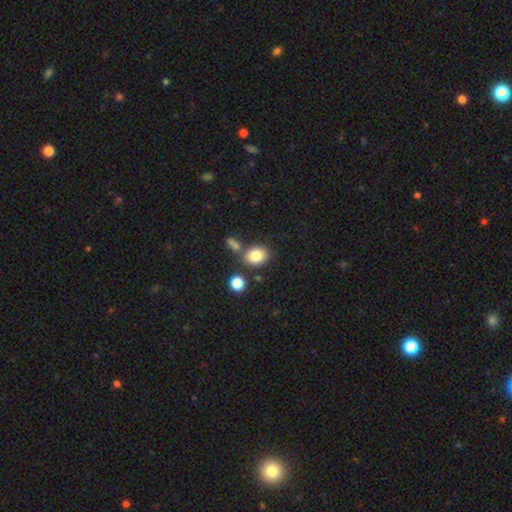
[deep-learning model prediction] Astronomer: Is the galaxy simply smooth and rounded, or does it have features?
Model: smooth — 83%.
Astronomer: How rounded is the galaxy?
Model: round — 50% (runner-up: in between, 49%).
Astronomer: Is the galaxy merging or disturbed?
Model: none — 69%.